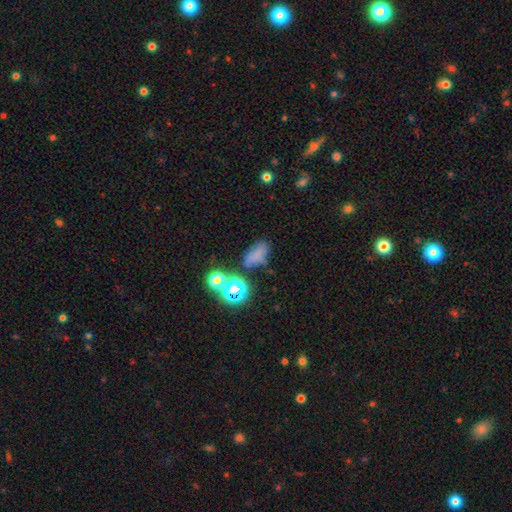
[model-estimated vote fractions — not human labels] This appears to be a smooth galaxy with no disk features (65%) that is in between round and cigar-shaped (74%). Merging: none (56%).